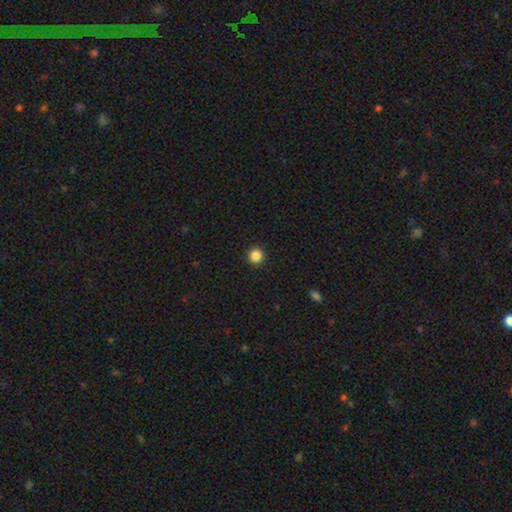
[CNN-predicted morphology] smooth-or-featured: smooth: 86% | star or artifact: 11% | featured or disk: 3%
  how-rounded: round: 95% | in between: 4% | cigar-shaped: 1%
  merging: none: 94% | minor disturbance: 4% | major disturbance: 1% | merger: 1%